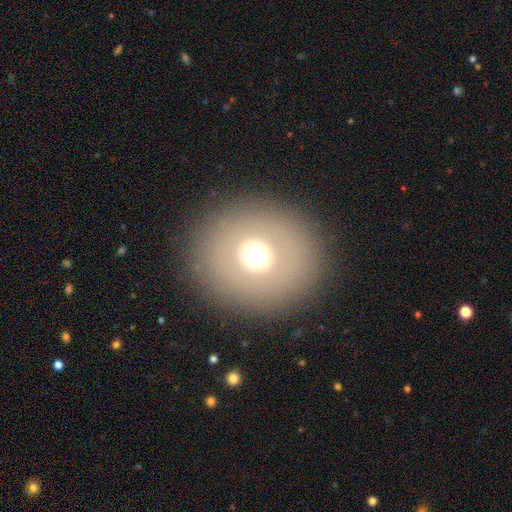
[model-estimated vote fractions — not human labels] Q: Smooth or featured?
A: smooth (62%); runner-up: featured or disk (22%)
Q: How rounded?
A: round (79%); runner-up: in between (20%)
Q: Merging?
A: none (88%); runner-up: minor disturbance (6%)